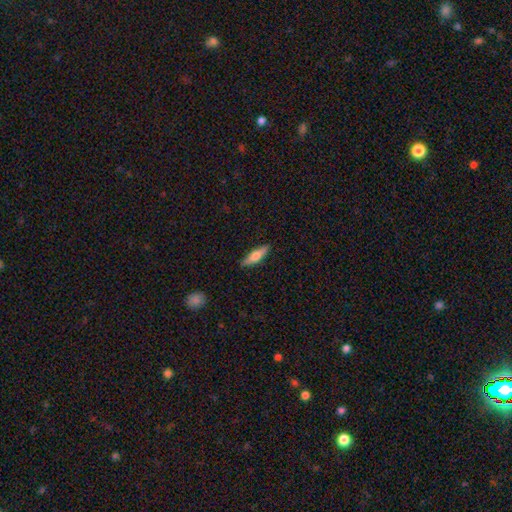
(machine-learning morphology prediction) smooth_or_featured: smooth (p=0.53) [alt: featured or disk p=0.41]
how_rounded: cigar-shaped (p=0.68) [alt: in between p=0.30]
merging: none (p=0.88) [alt: minor disturbance p=0.09]